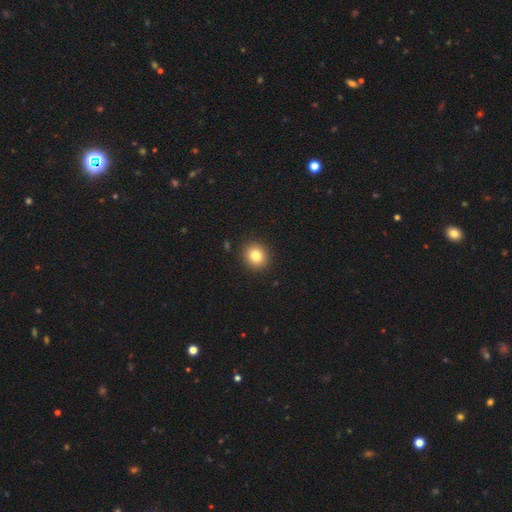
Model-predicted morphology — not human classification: Overall: smooth (82%). How rounded: round (83%). Merging: none (91%).